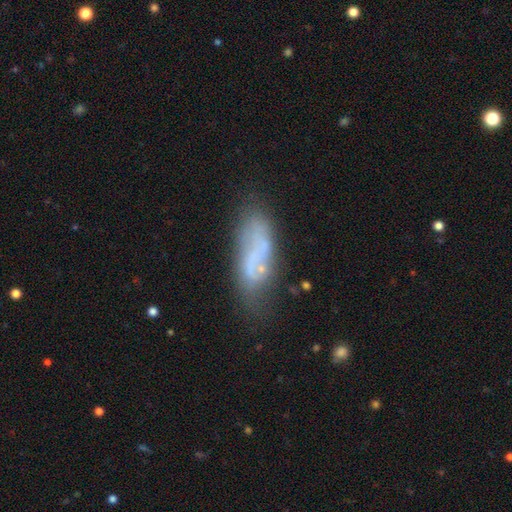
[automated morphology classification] Smooth or featured: featured or disk — 50% (smooth — 40%)
Merging: none — 53% (minor disturbance — 25%)